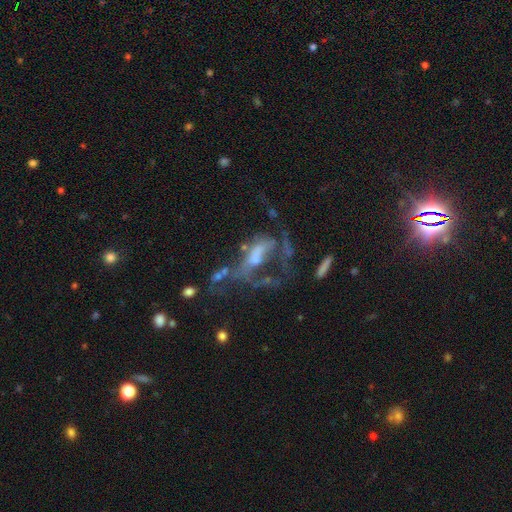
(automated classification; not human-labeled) smooth_or_featured: featured or disk (p=0.63) [alt: smooth p=0.18]
disk_edge_on: no (p=0.90) [alt: yes p=0.10]
bar: no (p=0.61) [alt: weak p=0.26]
has_spiral_arms: no (p=0.63) [alt: yes p=0.37]
bulge_size: moderate (p=0.31) [alt: small p=0.30]
merging: major disturbance (p=0.48) [alt: none p=0.23]